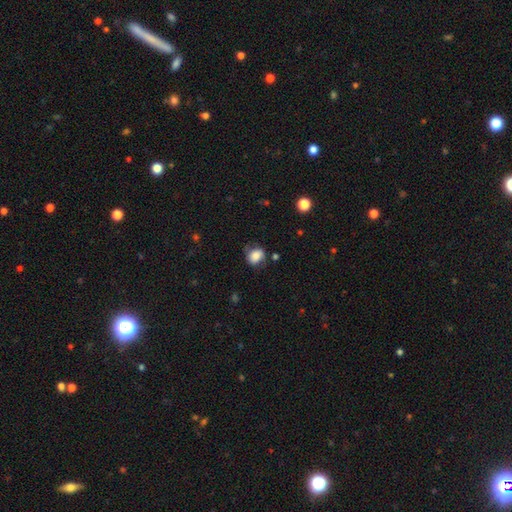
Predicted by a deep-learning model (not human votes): Smooth or featured? smooth (72%)
How rounded? round (53%)
Merging? none (61%)